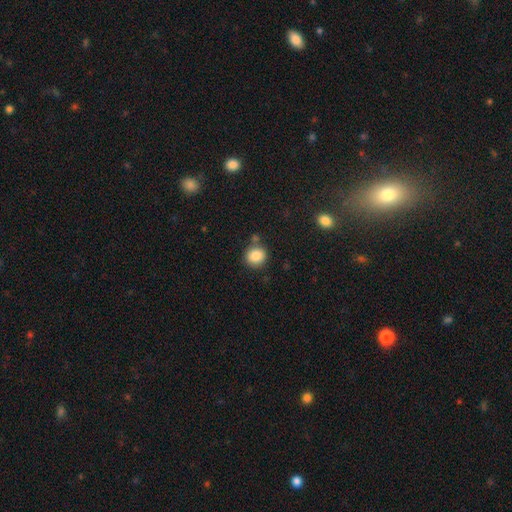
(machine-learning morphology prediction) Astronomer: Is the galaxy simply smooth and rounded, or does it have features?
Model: smooth — 86%.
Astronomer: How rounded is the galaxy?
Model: round — 82%.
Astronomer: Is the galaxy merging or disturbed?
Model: none — 75%.